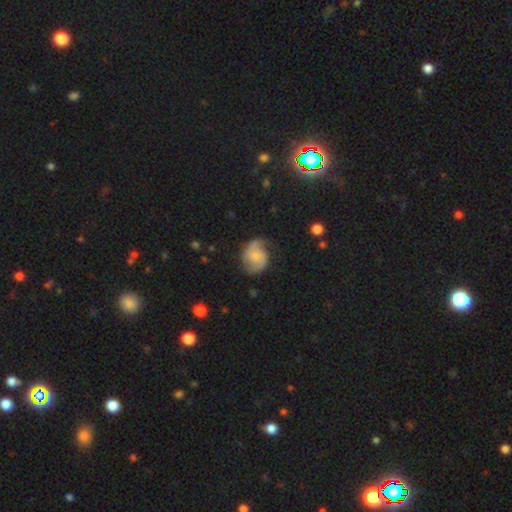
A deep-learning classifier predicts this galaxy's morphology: This is likely a featured or disk galaxy (74%). It is clearly not viewed edge-on (98%). Bar: likely no (67%). Spiral arm pattern: clearly yes (95%). Spiral arm count: clearly 2 (88%). Spiral winding: possibly medium (47%). Central bulge: possibly small (54%). Merging: likely none (66%).